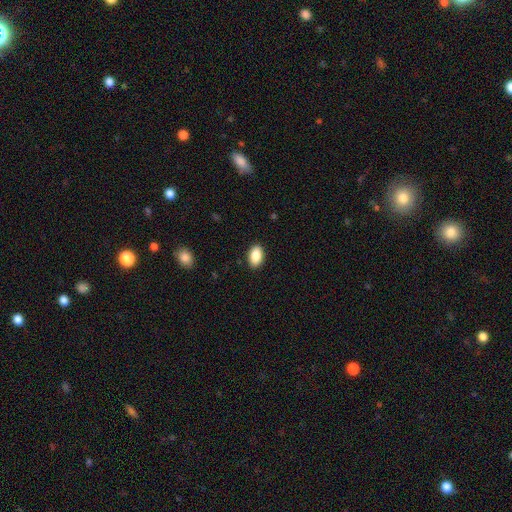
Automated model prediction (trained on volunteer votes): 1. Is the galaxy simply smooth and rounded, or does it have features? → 88% smooth, 7% star or artifact, 5% featured or disk.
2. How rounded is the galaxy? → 93% in between, 5% round, 2% cigar-shaped.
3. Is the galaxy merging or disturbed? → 90% none, 8% minor disturbance, 2% major disturbance, 1% merger.